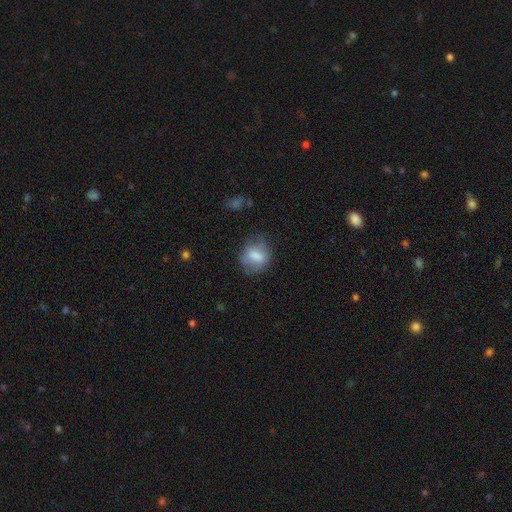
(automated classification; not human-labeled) This appears to be a smooth galaxy with no disk features (75%) that is round (58%). Merging: none (61%).